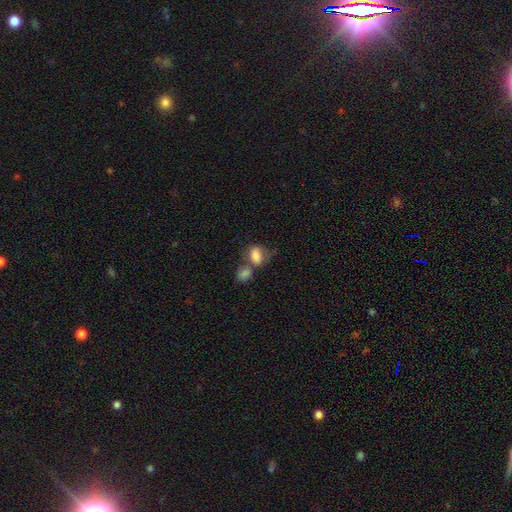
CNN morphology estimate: The model was most divided on "merging": merger: 50%, none: 27%, minor disturbance: 14%, major disturbance: 9%. More confident: smooth or featured — smooth (79%); how rounded — in between (75%).